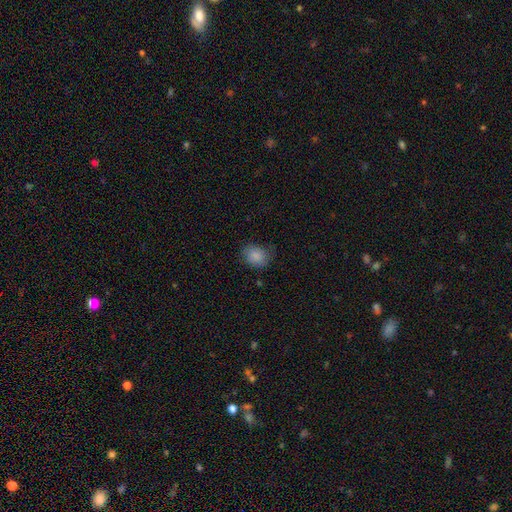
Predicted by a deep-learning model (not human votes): Smooth or featured: smooth — 86% (star or artifact — 8%)
How rounded: round — 57% (in between — 42%)
Merging: none — 72% (minor disturbance — 22%)